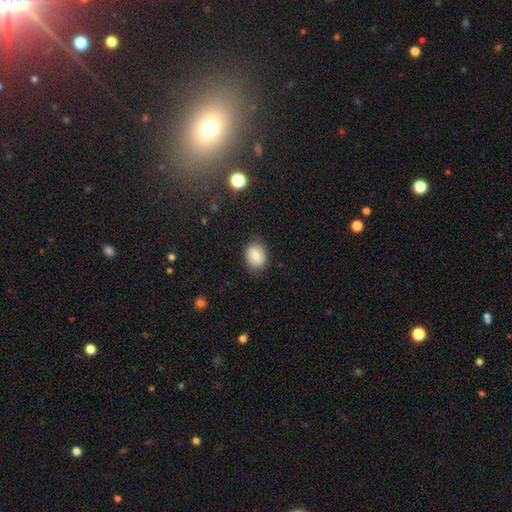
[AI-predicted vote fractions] Overall: smooth (80%). How rounded: in between (62%; round 37%). Merging: none (82%).